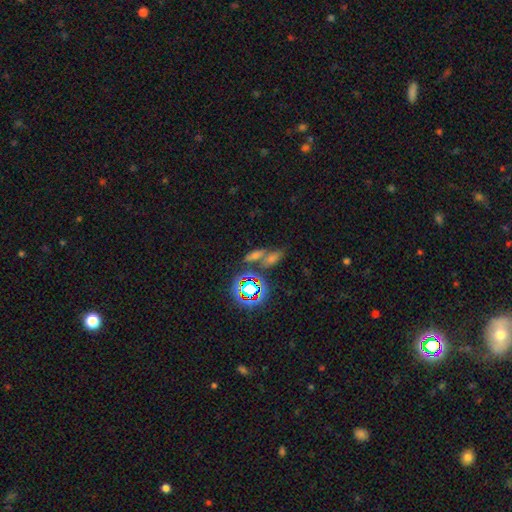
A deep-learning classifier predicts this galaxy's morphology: Smooth or featured?
  - smooth: 44% *
  - star or artifact: 39%
  - featured or disk: 17%
Merging?
  - none: 46% *
  - merger: 38%
  - minor disturbance: 10%
  - major disturbance: 6%